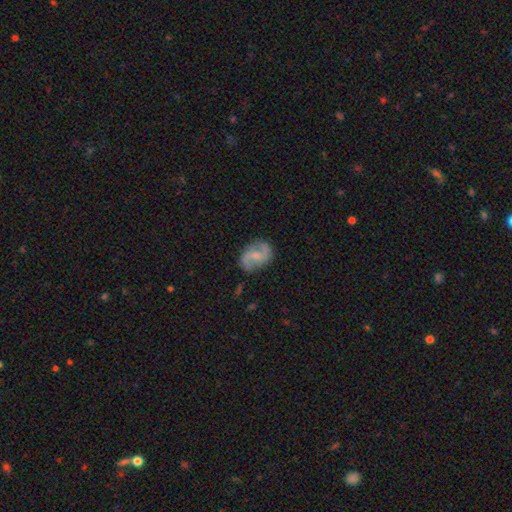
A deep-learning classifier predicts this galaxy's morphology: This appears to be a featured or disk galaxy (72%) with a weak bar (49%), 2 (91%) loose (53%) spiral arms (92%) and a small central bulge (55%). Merging: none (77%).